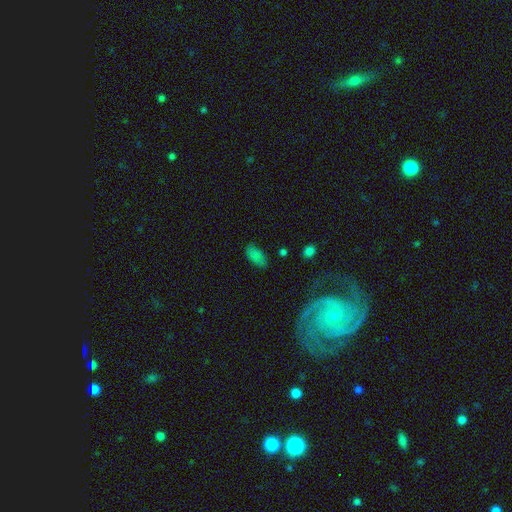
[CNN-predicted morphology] Smooth or featured?
  - smooth: 81% *
  - star or artifact: 12%
  - featured or disk: 7%
How rounded?
  - in between: 92% *
  - cigar-shaped: 5%
  - round: 3%
Merging?
  - none: 78% *
  - minor disturbance: 15%
  - major disturbance: 4%
  - merger: 2%